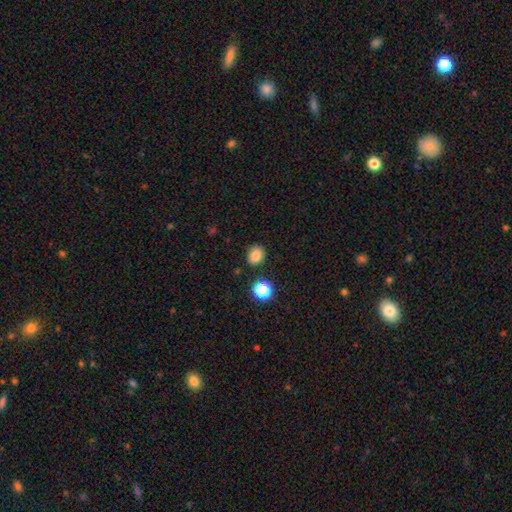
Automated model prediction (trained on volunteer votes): The model was most divided on "how rounded": round: 64%, in between: 35%, cigar-shaped: 1%. More confident: merging — none (85%); smooth or featured — smooth (82%).